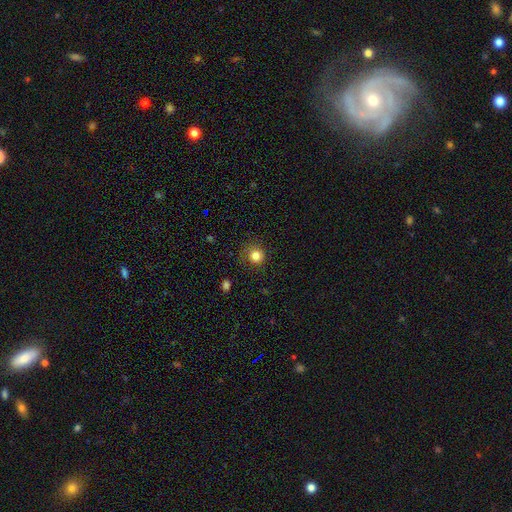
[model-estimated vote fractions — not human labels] Overall: smooth (81%). How rounded: round (91%). Merging: none (78%).